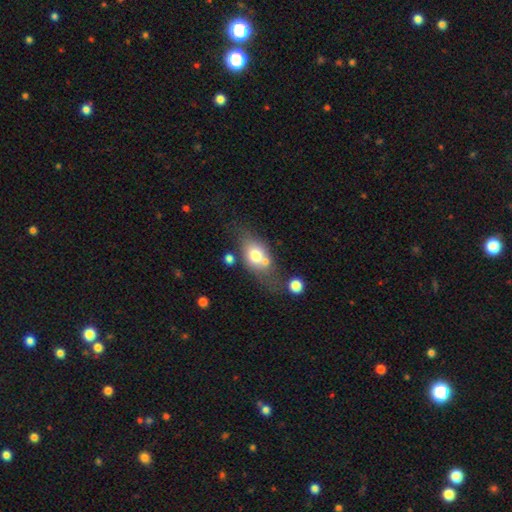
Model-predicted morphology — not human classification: smooth_or_featured: smooth (p=0.68) [alt: featured or disk p=0.23]
how_rounded: in between (p=0.72) [alt: round p=0.24]
merging: none (p=0.45) [alt: merger p=0.25]